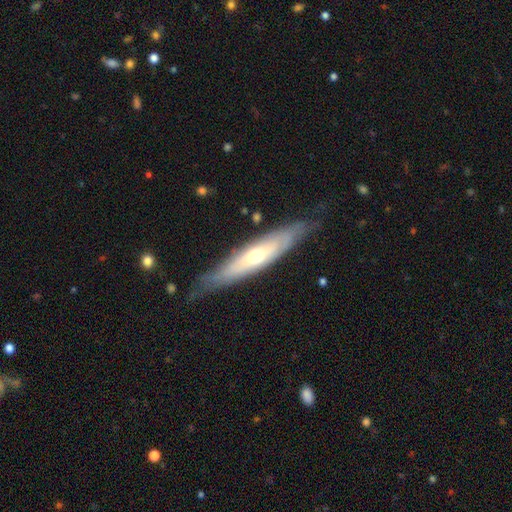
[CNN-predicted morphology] featured or disk 61%, smooth 33%, star or artifact 6%. Down the decision tree: edge-on disk — yes (64%); merging — none (76%).